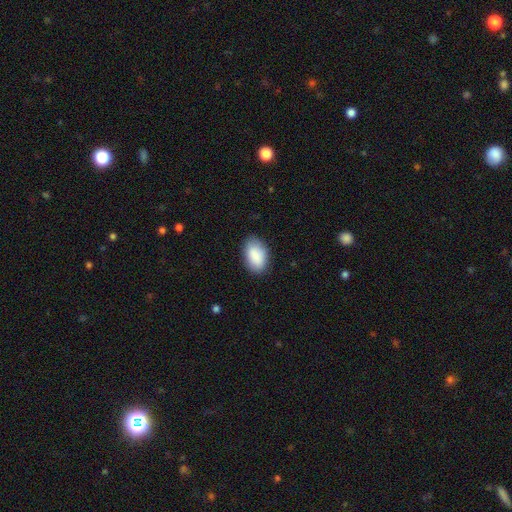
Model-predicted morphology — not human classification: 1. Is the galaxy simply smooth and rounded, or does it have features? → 88% smooth, 6% star or artifact, 6% featured or disk.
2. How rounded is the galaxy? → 93% in between, 5% round, 1% cigar-shaped.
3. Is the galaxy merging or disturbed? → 83% none, 13% minor disturbance, 3% major disturbance, 1% merger.